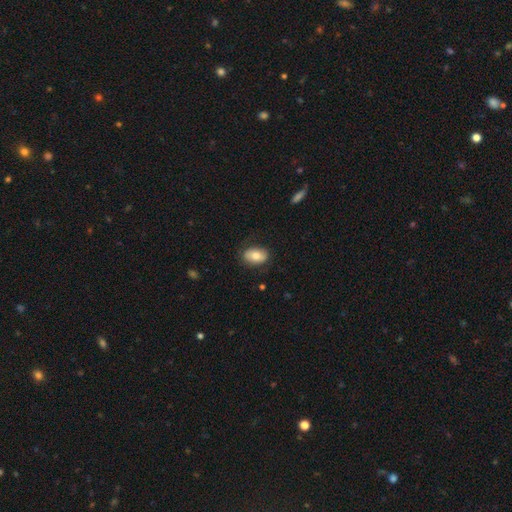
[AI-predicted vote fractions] A smooth galaxy with no disk features (76%) that is in between round and cigar-shaped (86%). Merging: none (81%).